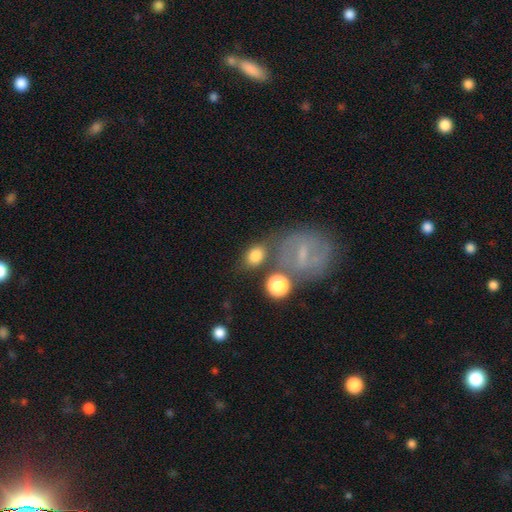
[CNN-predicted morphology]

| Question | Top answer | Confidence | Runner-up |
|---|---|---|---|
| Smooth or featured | smooth | 78% | featured or disk (11%) |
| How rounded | in between | 58% | round (40%) |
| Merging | none | 62% | minor disturbance (15%) |